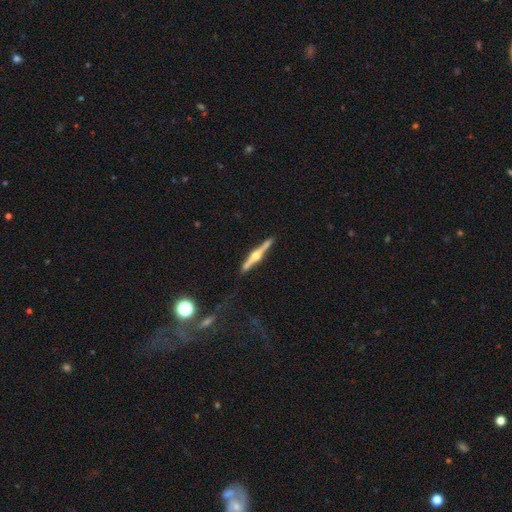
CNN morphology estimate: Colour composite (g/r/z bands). It shows a featured or disk galaxy (81%) viewed edge-on (98%) with a rounded central bulge (95%). Merging: none (88%).